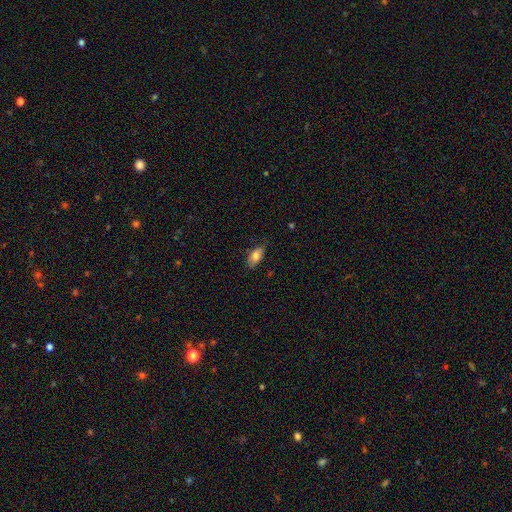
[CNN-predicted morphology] Smooth or featured: smooth — 79% (featured or disk — 13%)
How rounded: in between — 88% (cigar-shaped — 9%)
Merging: none — 75% (minor disturbance — 20%)